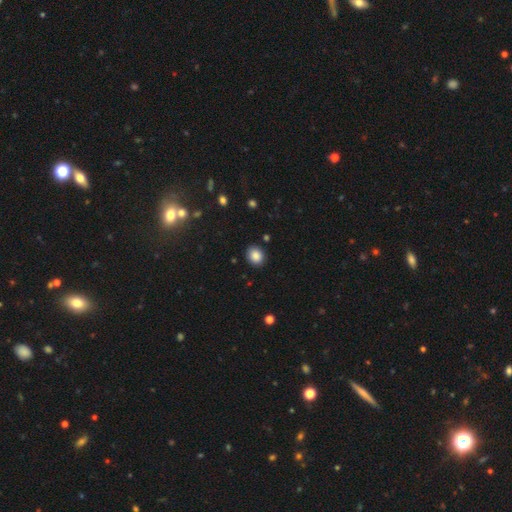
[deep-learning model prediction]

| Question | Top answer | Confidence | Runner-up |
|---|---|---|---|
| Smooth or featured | smooth | 86% | star or artifact (9%) |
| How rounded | round | 66% | in between (34%) |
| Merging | none | 89% | minor disturbance (7%) |